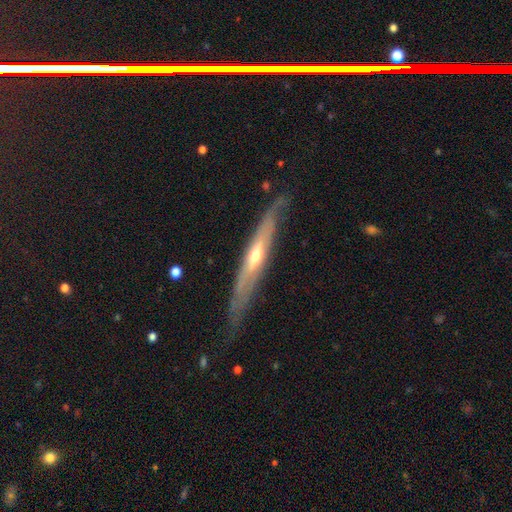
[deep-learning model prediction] This is likely a featured or disk galaxy (75%). It is likely viewed edge-on (76%). Edge-on bulge: likely rounded (72%). Merging: likely none (73%).